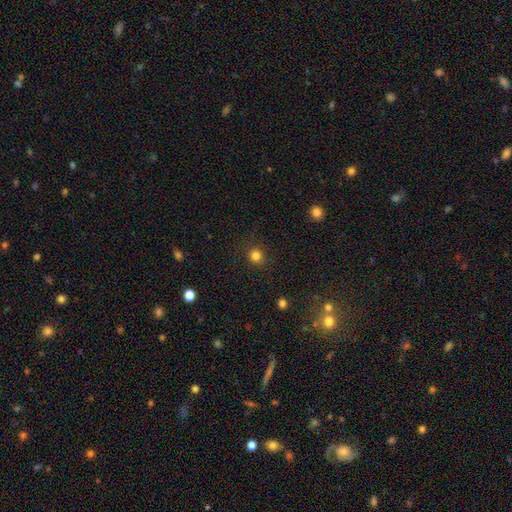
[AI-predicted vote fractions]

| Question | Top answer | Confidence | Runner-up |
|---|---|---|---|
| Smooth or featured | smooth | 82% | star or artifact (14%) |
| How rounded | round | 90% | in between (9%) |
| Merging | none | 89% | minor disturbance (7%) |